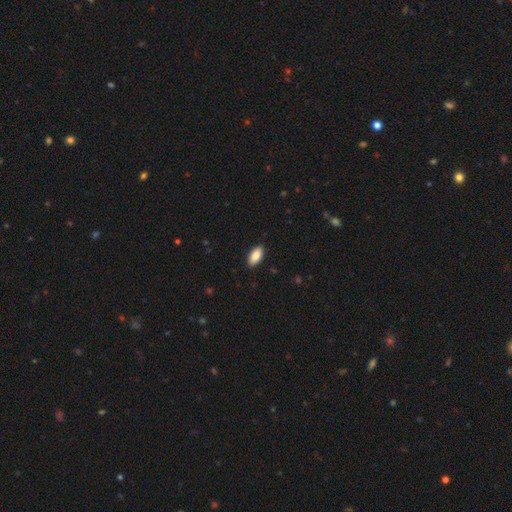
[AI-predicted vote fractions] Q: Smooth or featured?
A: smooth (86%); runner-up: featured or disk (7%)
Q: How rounded?
A: in between (92%); runner-up: cigar-shaped (6%)
Q: Merging?
A: none (90%); runner-up: minor disturbance (7%)